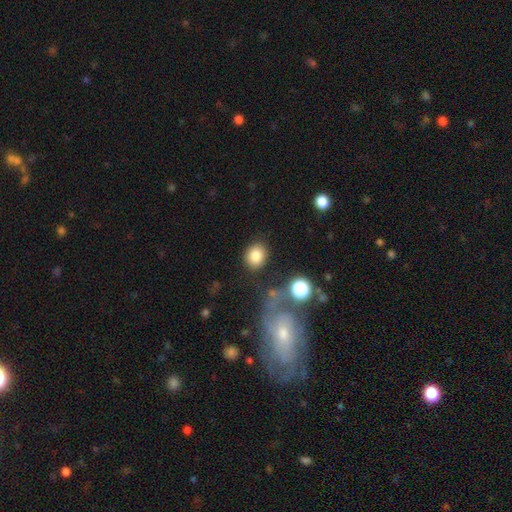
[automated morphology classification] Overall: smooth (83%). How rounded: round (60%; in between 39%). Merging: none (81%).